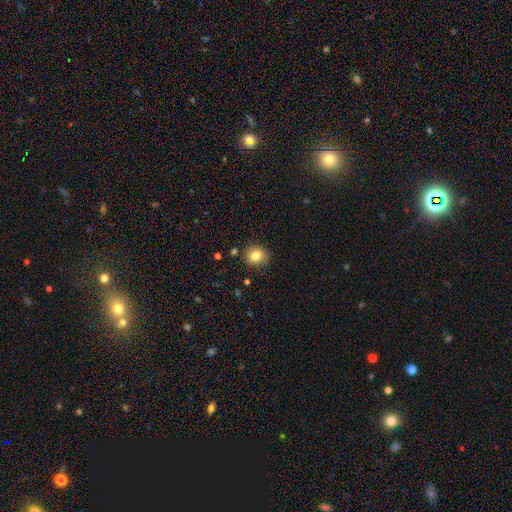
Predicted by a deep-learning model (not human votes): Smooth or featured?
  - smooth: 82% *
  - star or artifact: 11%
  - featured or disk: 8%
How rounded?
  - round: 85% *
  - in between: 14%
  - cigar-shaped: 1%
Merging?
  - none: 86% *
  - minor disturbance: 9%
  - merger: 2%
  - major disturbance: 2%